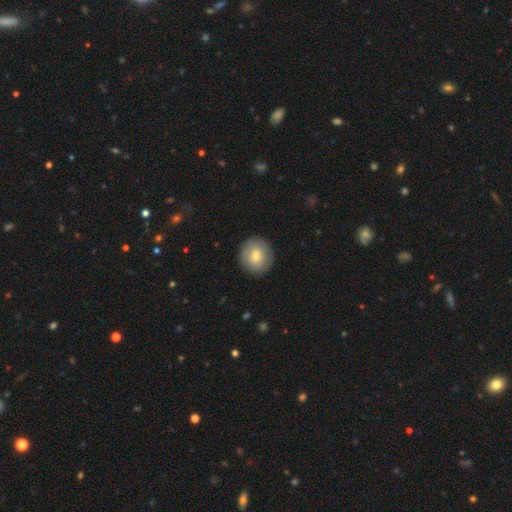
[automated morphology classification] Smooth or featured: smooth — 72% (featured or disk — 21%)
How rounded: round — 85% (in between — 14%)
Merging: none — 89% (minor disturbance — 8%)